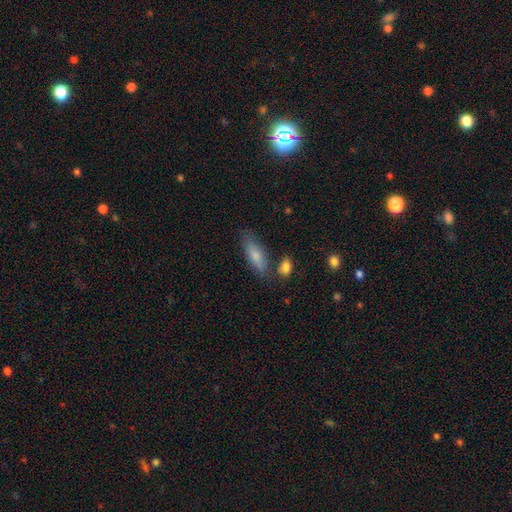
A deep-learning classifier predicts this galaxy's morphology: The model was most divided on "how rounded": in between: 59%, cigar-shaped: 39%, round: 3%. More confident: smooth or featured — smooth (76%); merging — none (67%).